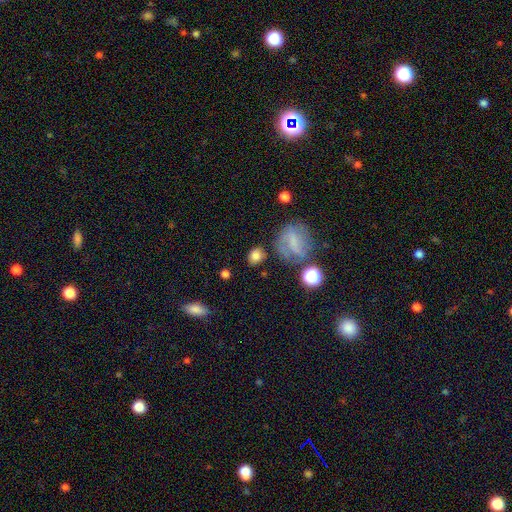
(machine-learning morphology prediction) smooth 77%, featured or disk 12%, star or artifact 11%. Down the decision tree: how rounded — round (56%); merging — none (71%).